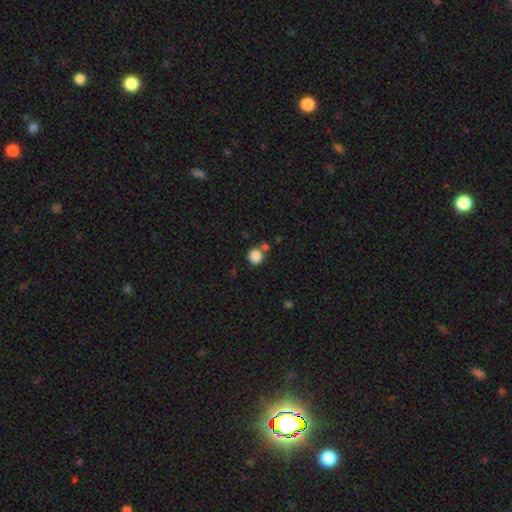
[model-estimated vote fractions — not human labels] Smooth or featured: smooth — 86% (star or artifact — 10%)
How rounded: round — 89% (in between — 10%)
Merging: none — 67% (merger — 19%)